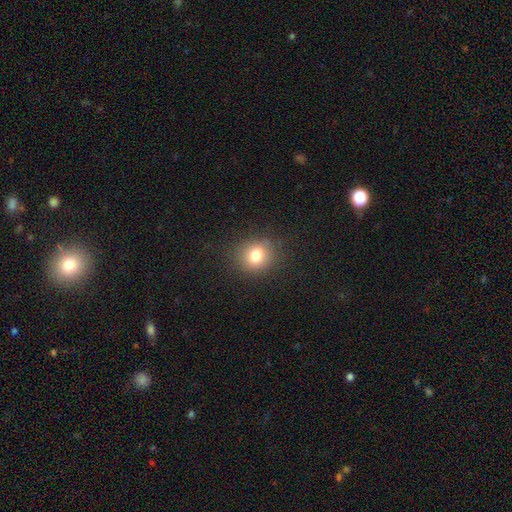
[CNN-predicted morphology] Overall: smooth (79%). How rounded: round (69%; in between 30%). Merging: none (84%).